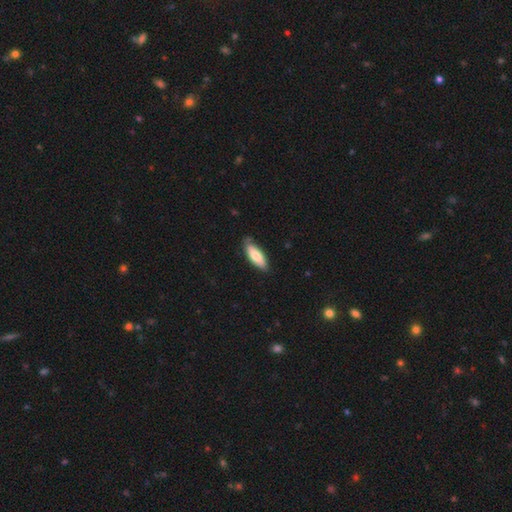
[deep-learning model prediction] Q: Smooth or featured?
A: smooth (76%); runner-up: featured or disk (18%)
Q: How rounded?
A: in between (67%); runner-up: cigar-shaped (31%)
Q: Merging?
A: none (80%); runner-up: minor disturbance (16%)